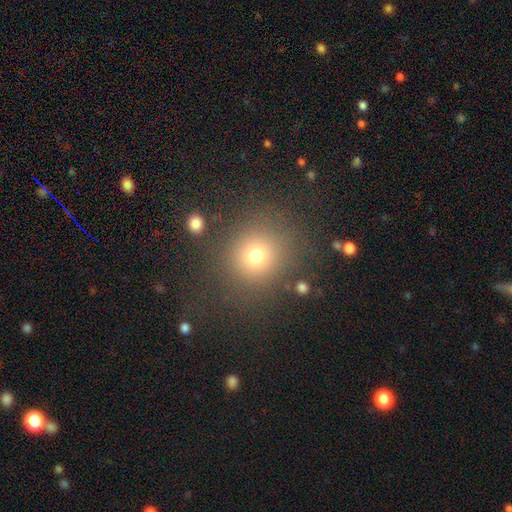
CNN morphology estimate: A smooth galaxy with no disk features (72%) that is round (84%).

Vote fractions:
- Smooth or featured? smooth: 72% / star or artifact: 18% / featured or disk: 9%
- How rounded? round: 84% / in between: 15% / cigar-shaped: 1%
- Merging? none: 82% / minor disturbance: 9% / major disturbance: 6% / merger: 3%